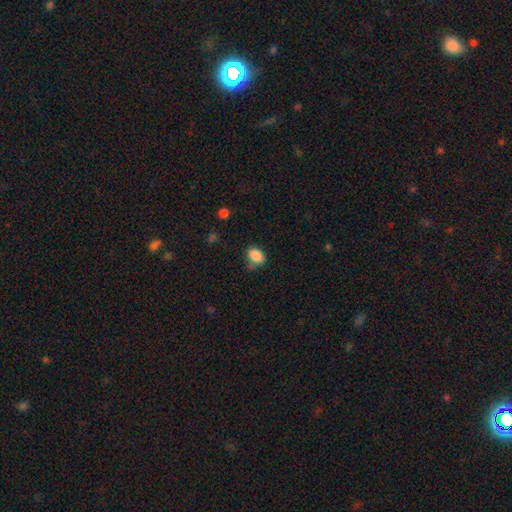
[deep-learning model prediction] smooth 87%, star or artifact 9%, featured or disk 4%. Down the decision tree: how rounded — in between (71%); merging — none (66%).